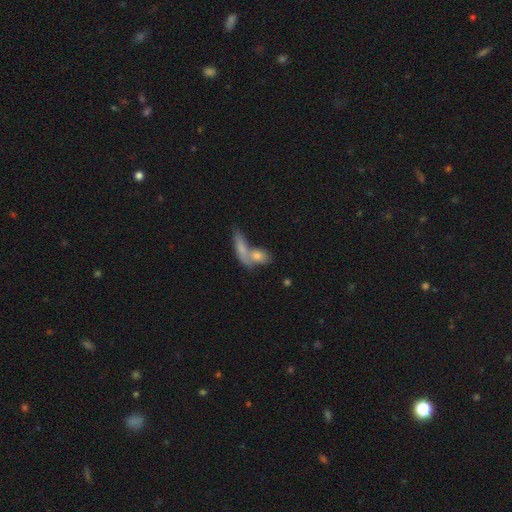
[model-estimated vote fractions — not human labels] Smooth or featured: smooth — 65% (featured or disk — 24%)
How rounded: in between — 56% (cigar-shaped — 25%)
Merging: merger — 50% (none — 34%)